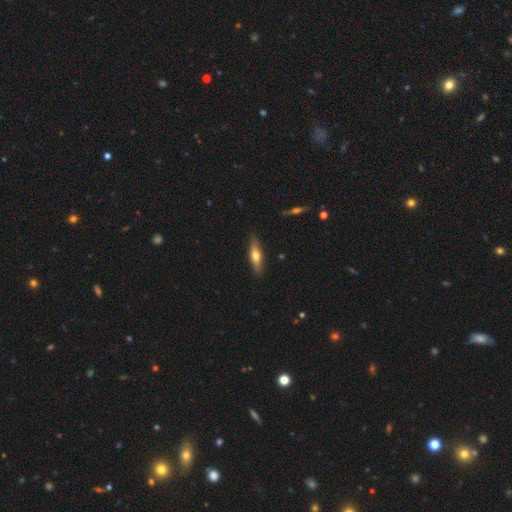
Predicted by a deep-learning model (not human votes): Overall: smooth (53%; featured or disk 41%). How rounded: cigar-shaped (66%; in between 31%). Merging: none (87%).